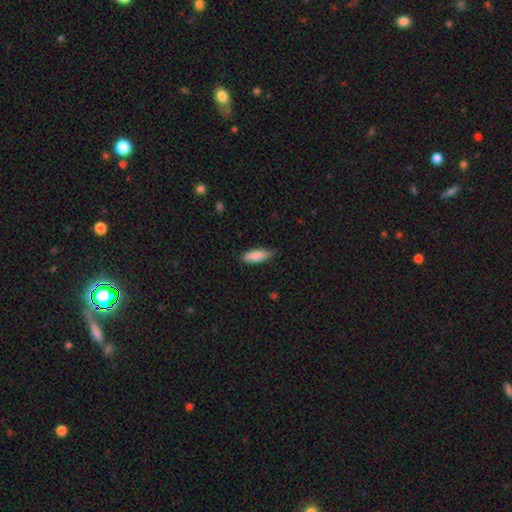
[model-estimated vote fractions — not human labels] This appears to be a smooth galaxy with no disk features (86%) that is in between round and cigar-shaped (63%). Merging: none (78%).